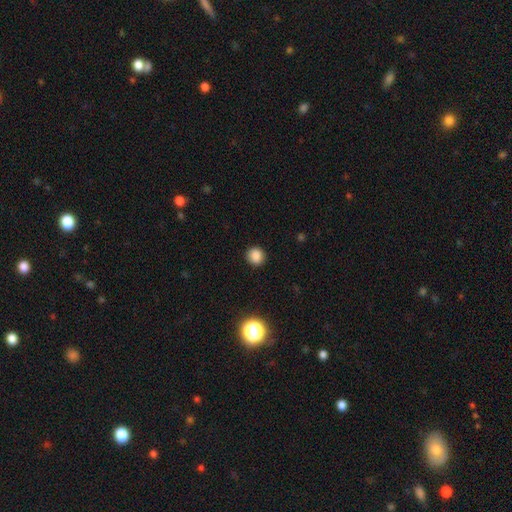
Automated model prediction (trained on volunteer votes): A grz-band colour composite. It shows a smooth galaxy with no disk features (84%) that is round (89%). Merging: none (90%).